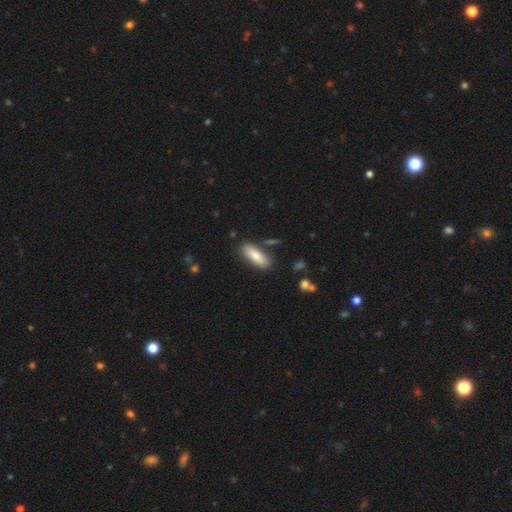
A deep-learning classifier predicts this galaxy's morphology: A smooth galaxy with no disk features (81%) that is in between round and cigar-shaped (69%). Merging: none (80%).